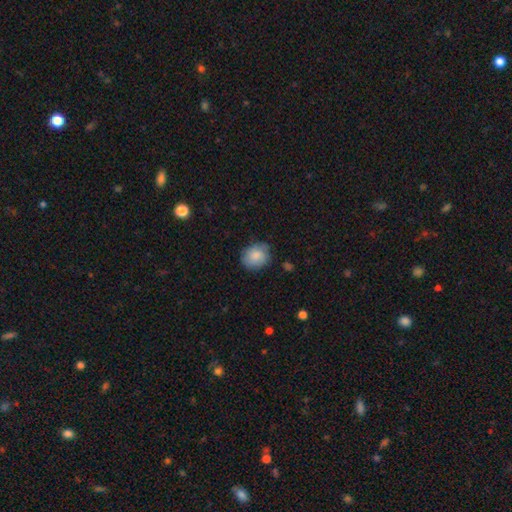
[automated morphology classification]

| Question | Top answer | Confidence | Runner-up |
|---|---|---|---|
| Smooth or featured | smooth | 84% | featured or disk (9%) |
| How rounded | round | 61% | in between (38%) |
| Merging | none | 74% | minor disturbance (21%) |